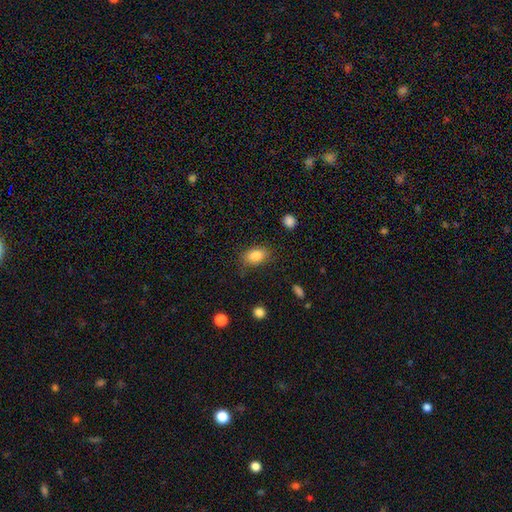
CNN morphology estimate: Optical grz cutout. It shows a smooth galaxy with no disk features (83%) that is in between round and cigar-shaped (86%). Merging: none (80%).